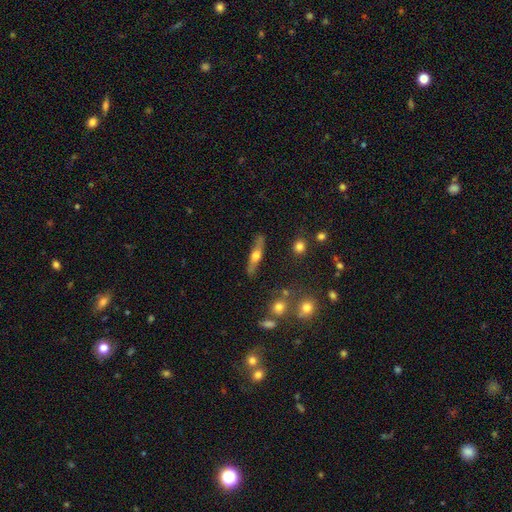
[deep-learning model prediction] Smooth or featured? featured or disk (52%)
Edge-on disk? yes (84%)
Merging? none (82%)